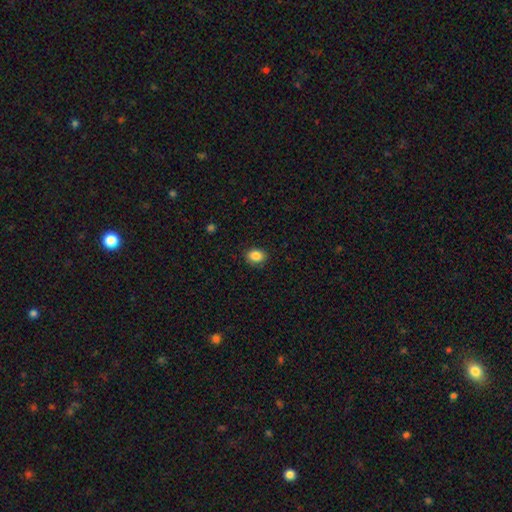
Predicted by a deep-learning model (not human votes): Smooth or featured? Predicted: smooth (p=0.87). How rounded? Predicted: in between (p=0.60). Merging? Predicted: none (p=0.87).